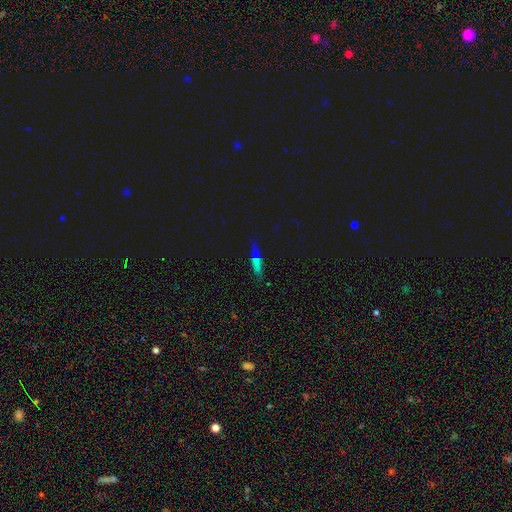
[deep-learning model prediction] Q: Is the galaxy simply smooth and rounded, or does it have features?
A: smooth — 40%.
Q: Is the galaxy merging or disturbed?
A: none — 84%.